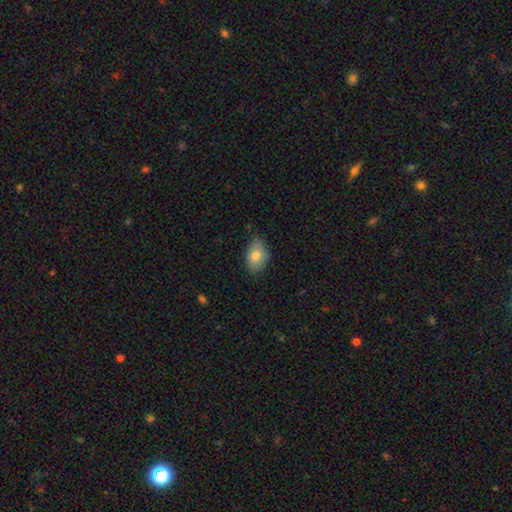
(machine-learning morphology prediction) smooth_or_featured: smooth (p=0.80) [alt: featured or disk p=0.13]
how_rounded: in between (p=0.86) [alt: round p=0.12]
merging: none (p=0.71) [alt: minor disturbance p=0.24]